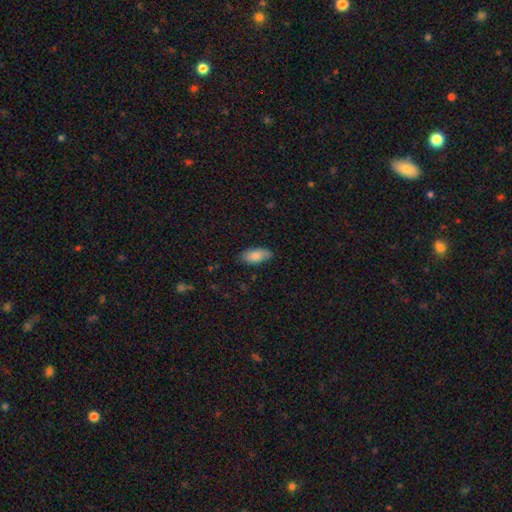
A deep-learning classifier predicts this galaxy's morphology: A smooth galaxy with no disk features (85%) that is in between round and cigar-shaped (91%). Merging: none (80%).